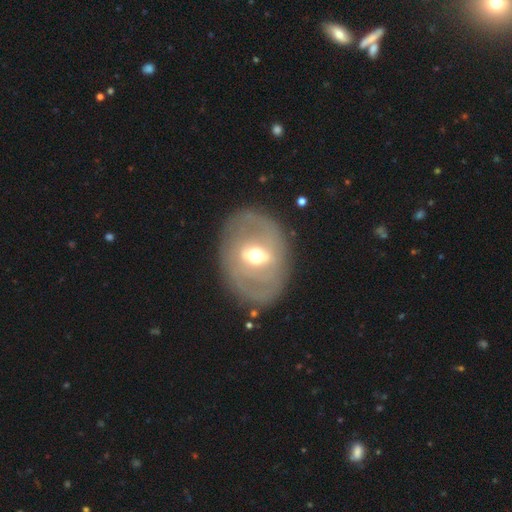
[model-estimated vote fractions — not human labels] Smooth or featured? Predicted: featured or disk (p=0.72). Edge-on disk? Predicted: no (p=0.88). Bar? Predicted: strong (p=0.53). Spiral arms? Predicted: no (p=0.67). Bulge size? Predicted: moderate (p=0.66). Merging? Predicted: none (p=0.80).